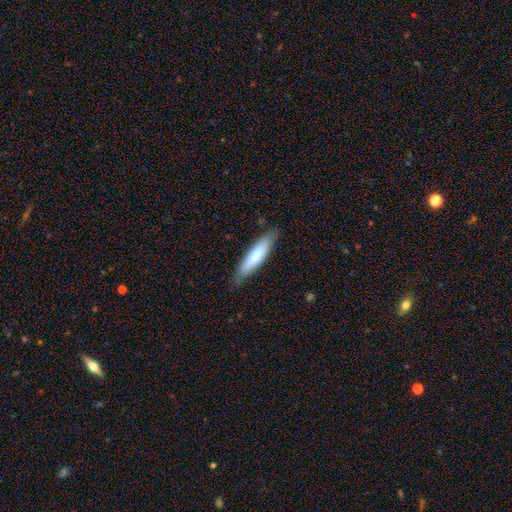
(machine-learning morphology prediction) Smooth or featured? Predicted: smooth (p=0.75). How rounded? Predicted: cigar-shaped (p=0.74). Merging? Predicted: none (p=0.81).